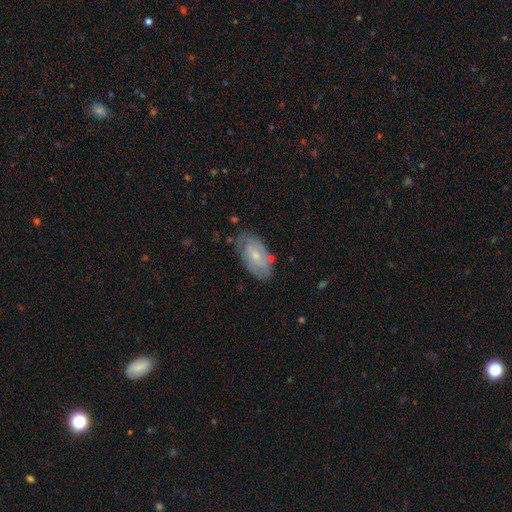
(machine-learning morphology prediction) smooth_or_featured: featured or disk (p=0.48) [alt: smooth p=0.45]
merging: none (p=0.66) [alt: minor disturbance p=0.24]